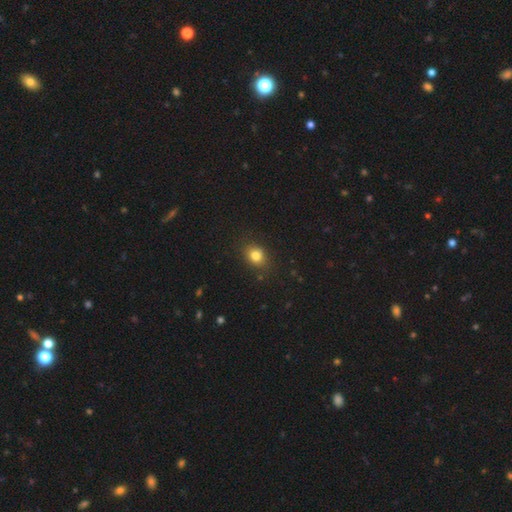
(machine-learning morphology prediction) smooth-or-featured: smooth: 81% | star or artifact: 12% | featured or disk: 7%
  how-rounded: round: 55% | in between: 44% | cigar-shaped: 1%
  merging: none: 84% | minor disturbance: 11% | major disturbance: 3% | merger: 1%